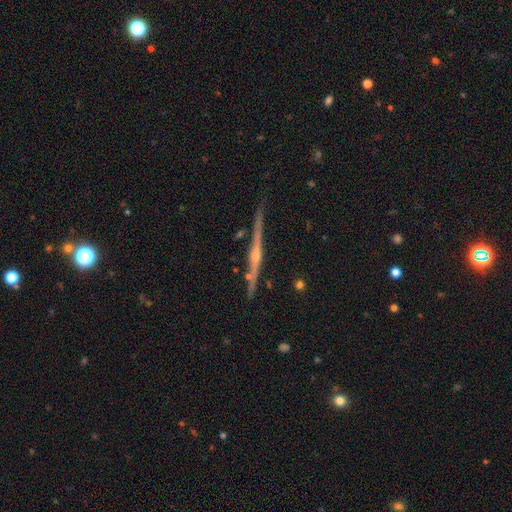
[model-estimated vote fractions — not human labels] smooth_or_featured: featured or disk (p=0.85) [alt: smooth p=0.09]
disk_edge_on: yes (p=0.98) [alt: no p=0.02]
edge_on_bulge: rounded (p=0.80) [alt: none p=0.13]
merging: none (p=0.87) [alt: minor disturbance p=0.09]